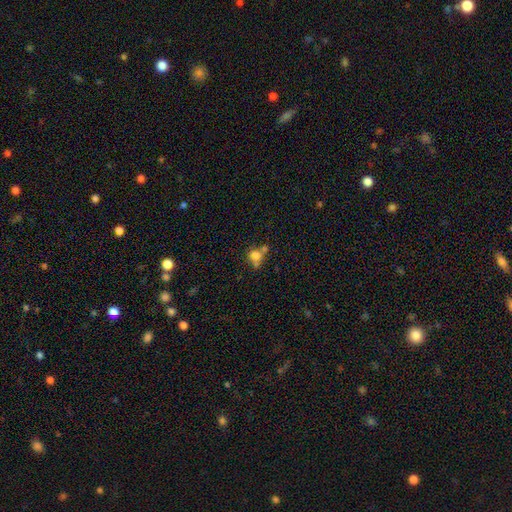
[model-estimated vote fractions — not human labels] A smooth galaxy with no disk features (74%) that is round (75%). Merging: none (41%).